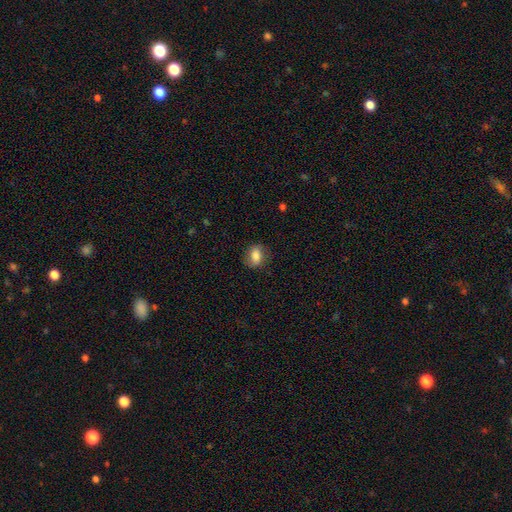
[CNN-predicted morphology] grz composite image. It shows a smooth galaxy with no disk features (78%) that is in between round and cigar-shaped (70%). Merging: none (78%).